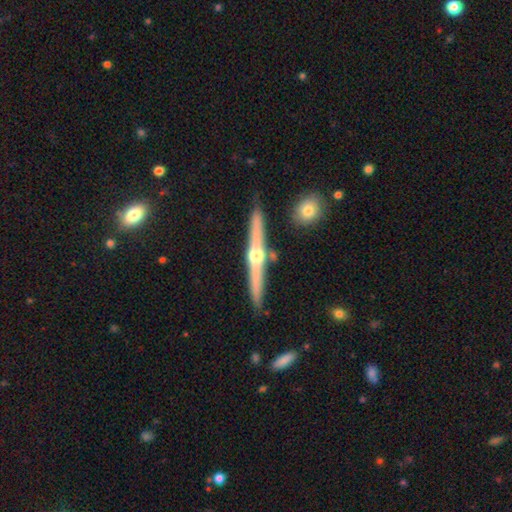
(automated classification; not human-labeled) Smooth or featured?
  - featured or disk: 76% *
  - smooth: 19%
  - star or artifact: 5%
Edge-on disk?
  - yes: 98% *
  - no: 2%
Edge-on bulge?
  - rounded: 94% *
  - none: 3%
  - boxy: 3%
Merging?
  - none: 86% *
  - minor disturbance: 8%
  - merger: 4%
  - major disturbance: 2%